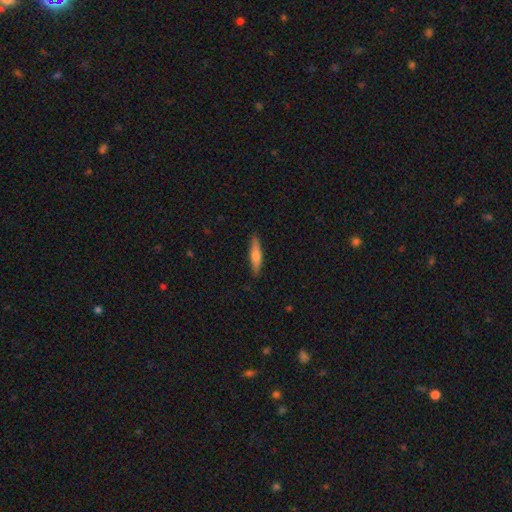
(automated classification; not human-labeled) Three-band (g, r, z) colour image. It shows a smooth galaxy with no disk features (64%) that is cigar-shaped (81%). Merging: none (88%).